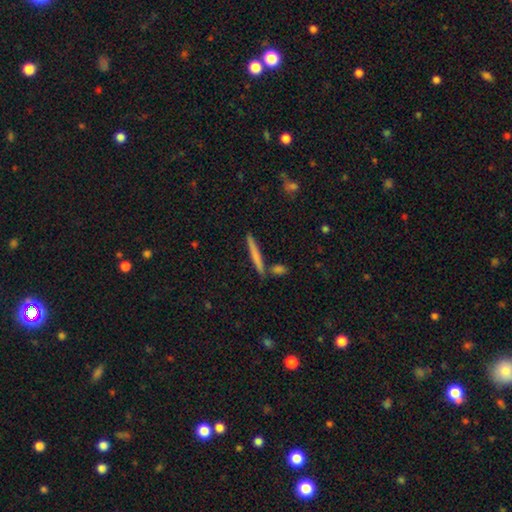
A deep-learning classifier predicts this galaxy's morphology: This appears to be a smooth galaxy with no disk features (64%) that is cigar-shaped (95%). Merging: none (85%).